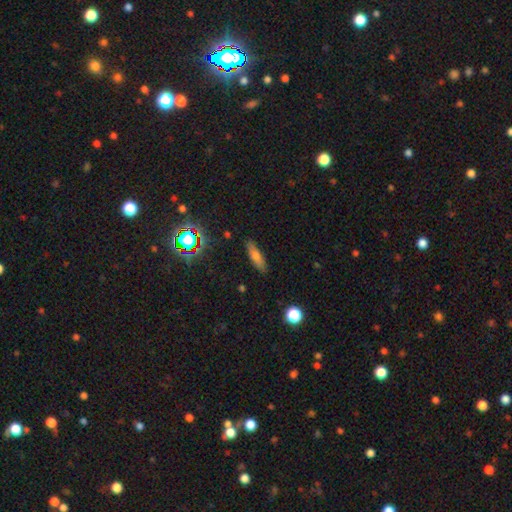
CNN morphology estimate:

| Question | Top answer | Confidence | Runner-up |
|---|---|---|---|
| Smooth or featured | smooth | 65% | featured or disk (23%) |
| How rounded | cigar-shaped | 62% | in between (34%) |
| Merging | none | 86% | minor disturbance (10%) |